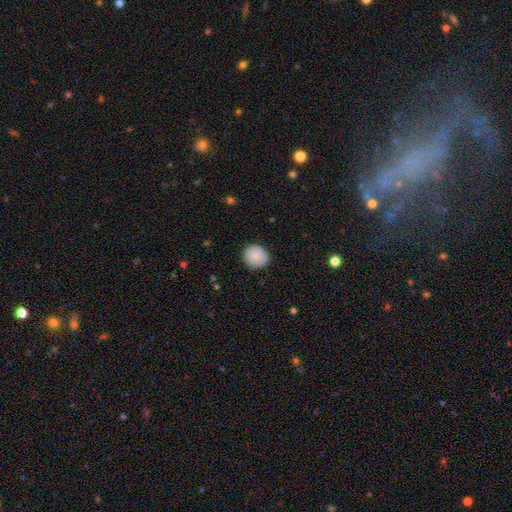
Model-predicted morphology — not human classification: A smooth galaxy with no disk features (86%) that is round (84%). Merging: none (86%).